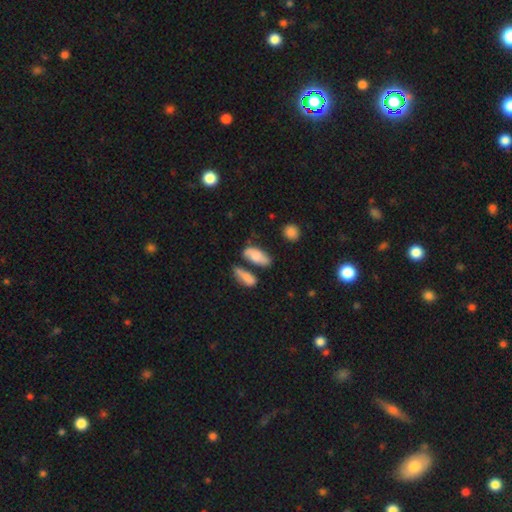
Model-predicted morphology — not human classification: Overall: smooth (75%). How rounded: in between (83%). Merging: none (46%; merger 24%).